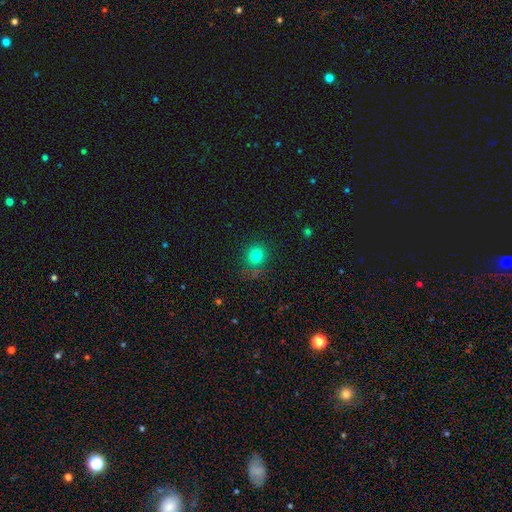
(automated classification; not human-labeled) Smooth or featured: smooth — 79% (star or artifact — 14%)
How rounded: round — 81% (in between — 18%)
Merging: none — 76% (minor disturbance — 14%)